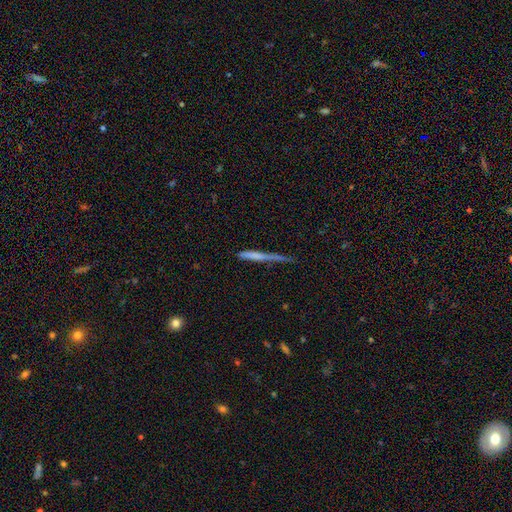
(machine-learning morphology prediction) smooth_or_featured: smooth (p=0.60) [alt: featured or disk p=0.32]
how_rounded: cigar-shaped (p=0.95) [alt: in between p=0.03]
merging: none (p=0.56) [alt: minor disturbance p=0.27]